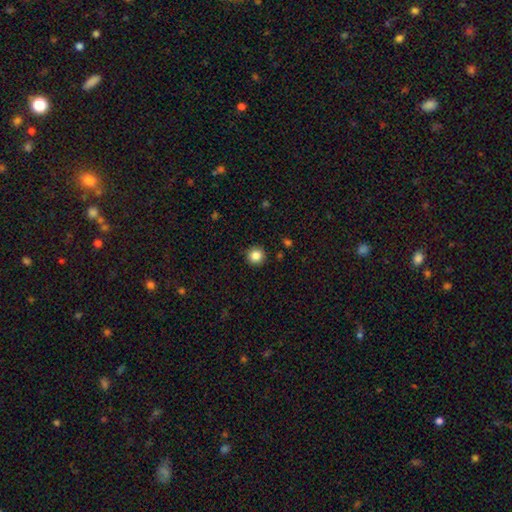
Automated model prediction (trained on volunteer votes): The model was most divided on "smooth or featured": smooth: 85%, star or artifact: 10%, featured or disk: 5%. More confident: how rounded — round (94%); merging — none (91%).